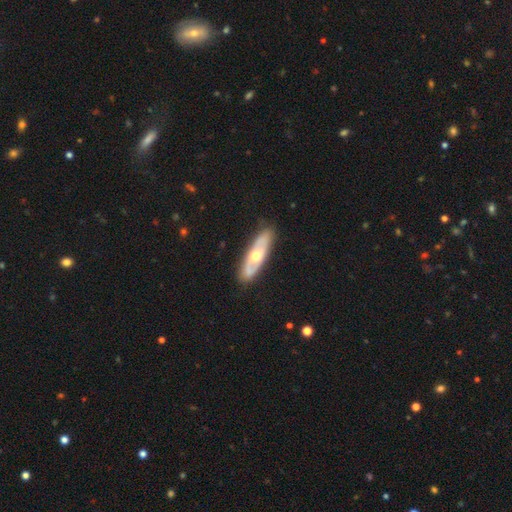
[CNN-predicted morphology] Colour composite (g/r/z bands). It shows a featured or disk galaxy (59%). Merging: none (85%).